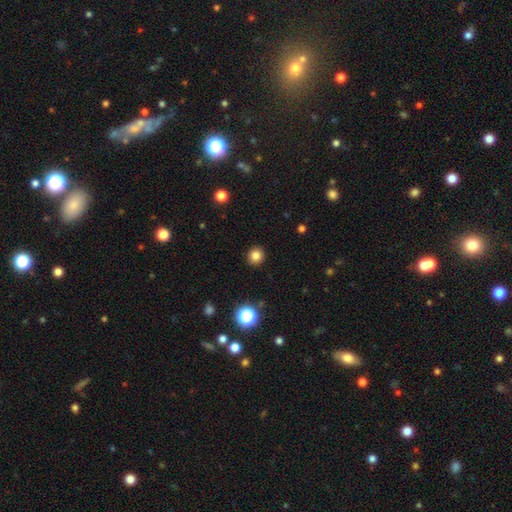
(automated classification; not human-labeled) The model was most divided on "smooth or featured": smooth: 82%, star or artifact: 13%, featured or disk: 5%. More confident: merging — none (92%); how rounded — round (90%).